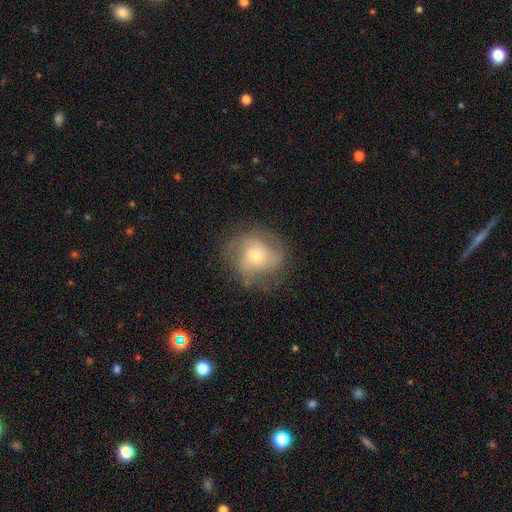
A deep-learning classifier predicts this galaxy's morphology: A featured or disk galaxy (66%) with no bar (76%), 2 (32%) medium (45%) spiral arms (86%) and a small central bulge (58%).

Vote fractions:
- Smooth or featured? featured or disk: 66% / smooth: 26% / star or artifact: 9%
- Edge-on disk? no: 97% / yes: 3%
- Bar? no: 76% / weak: 20% / strong: 4%
- Spiral arms? yes: 86% / no: 14%
- Spiral winding? medium: 45% / tight: 36% / loose: 19%
- Spiral arm count? 2: 32% / 3: 26% / can't tell: 26% / 4: 7% / 1: 5% / more than 4: 4%
- Bulge size? small: 58% / moderate: 35% / large: 4% / none: 2% / dominant: 1%
- Merging? none: 70% / minor disturbance: 18% / major disturbance: 11% / merger: 1%